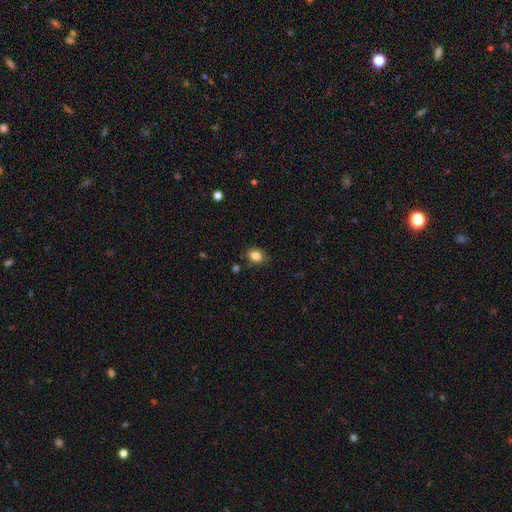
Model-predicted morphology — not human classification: The model was most divided on "how rounded": round: 52%, in between: 47%, cigar-shaped: 1%. More confident: merging — none (83%); smooth or featured — smooth (82%).